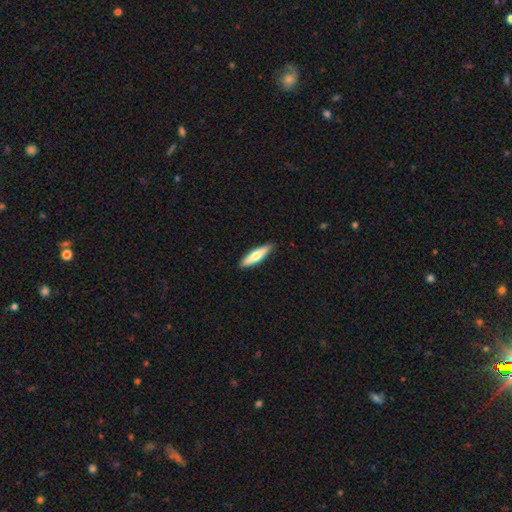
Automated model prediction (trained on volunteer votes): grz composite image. It shows a smooth galaxy with no disk features (68%) that is cigar-shaped (76%). Merging: none (90%).